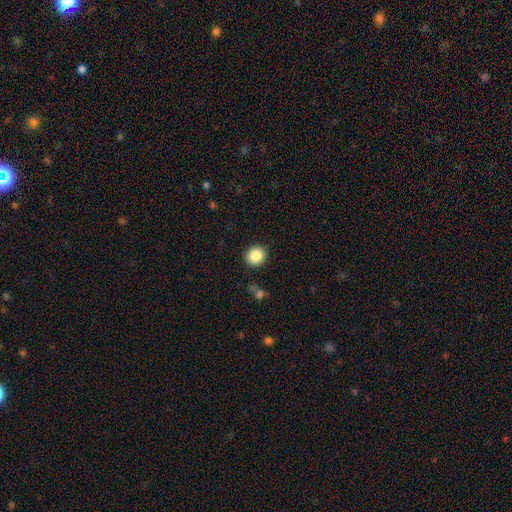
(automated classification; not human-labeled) smooth-or-featured: smooth: 87% | star or artifact: 9% | featured or disk: 5%
  how-rounded: round: 84% | in between: 15% | cigar-shaped: 1%
  merging: none: 90% | minor disturbance: 7% | major disturbance: 2% | merger: 1%